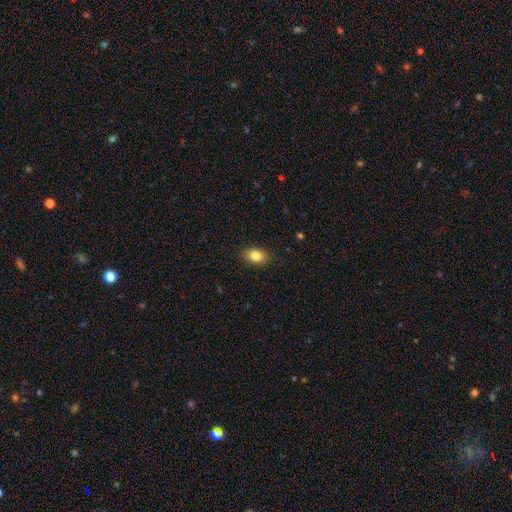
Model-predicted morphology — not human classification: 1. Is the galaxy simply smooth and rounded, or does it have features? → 84% smooth, 9% star or artifact, 7% featured or disk.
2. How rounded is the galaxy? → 78% in between, 20% round, 1% cigar-shaped.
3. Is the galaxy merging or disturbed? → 88% none, 9% minor disturbance, 2% major disturbance, 1% merger.